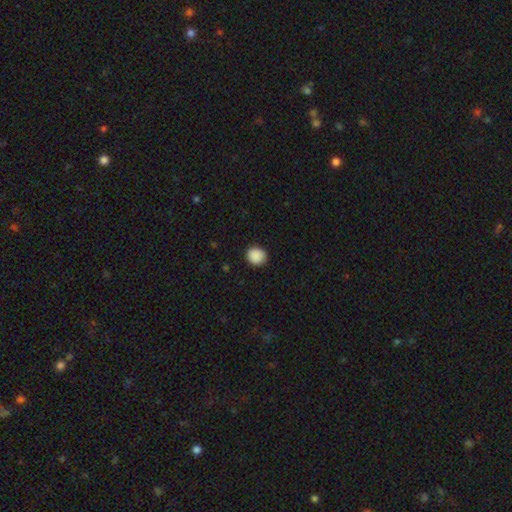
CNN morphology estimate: smooth_or_featured: smooth (p=0.90) [alt: star or artifact p=0.08]
how_rounded: round (p=0.83) [alt: in between p=0.16]
merging: none (p=0.89) [alt: minor disturbance p=0.08]